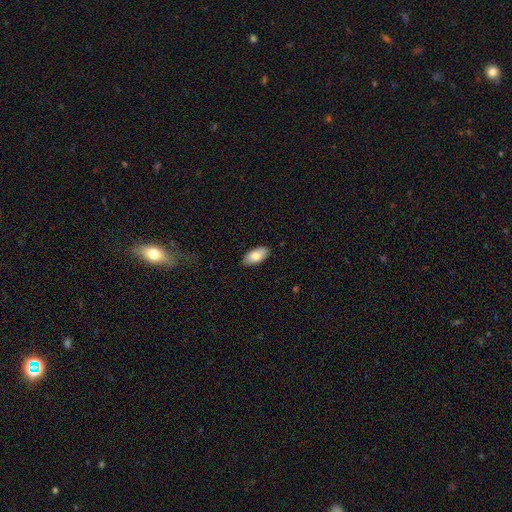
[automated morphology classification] Smooth or featured?
  - smooth: 81% *
  - featured or disk: 13%
  - star or artifact: 6%
How rounded?
  - in between: 93% *
  - cigar-shaped: 5%
  - round: 2%
Merging?
  - none: 87% *
  - minor disturbance: 10%
  - major disturbance: 2%
  - merger: 1%